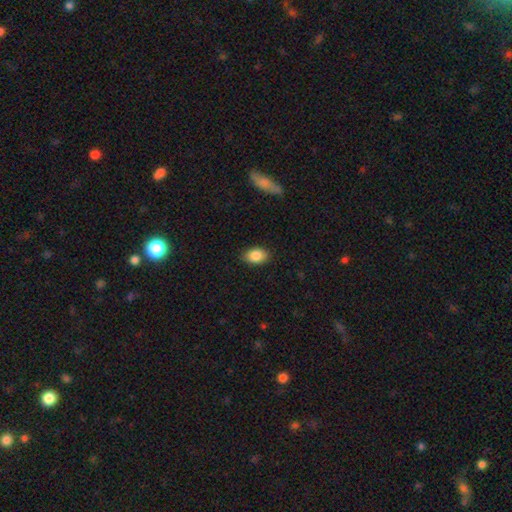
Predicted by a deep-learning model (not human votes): smooth_or_featured: smooth (p=0.86) [alt: star or artifact p=0.07]
how_rounded: in between (p=0.86) [alt: round p=0.13]
merging: none (p=0.87) [alt: minor disturbance p=0.10]